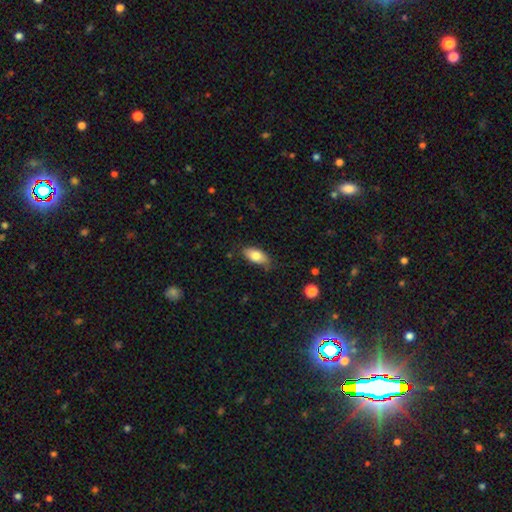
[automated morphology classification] Smooth or featured?
  - smooth: 79% *
  - featured or disk: 14%
  - star or artifact: 7%
How rounded?
  - in between: 91% *
  - cigar-shaped: 6%
  - round: 4%
Merging?
  - none: 75% *
  - minor disturbance: 20%
  - major disturbance: 3%
  - merger: 2%